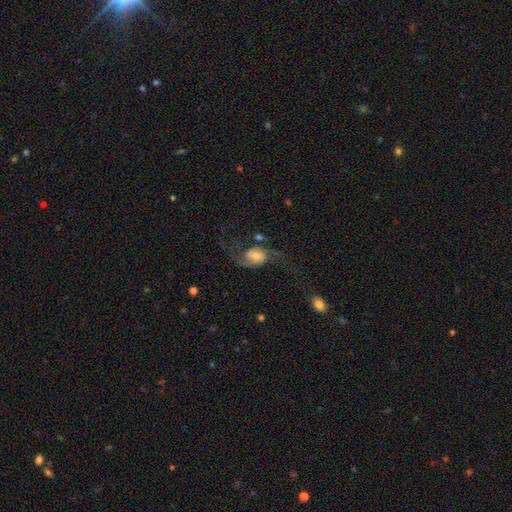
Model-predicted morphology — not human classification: Overall: featured or disk (71%). Edge-on disk: no (96%). Bar: no (57%; weak 34%). Spiral arms: yes (92%). Spiral arm count: 2 (91%). Spiral winding: loose (74%). Bulge size: moderate (45%; small 31%). Merging: none (48%; major disturbance 28%).